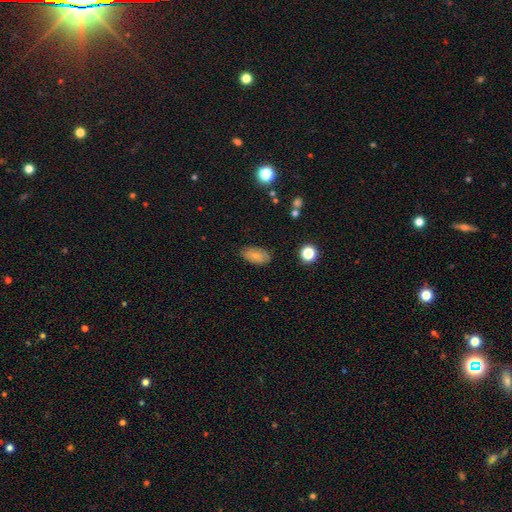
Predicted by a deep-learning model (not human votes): smooth-or-featured: smooth: 80% | featured or disk: 12% | star or artifact: 8%
  how-rounded: in between: 93% | round: 4% | cigar-shaped: 3%
  merging: none: 81% | minor disturbance: 14% | major disturbance: 3% | merger: 1%